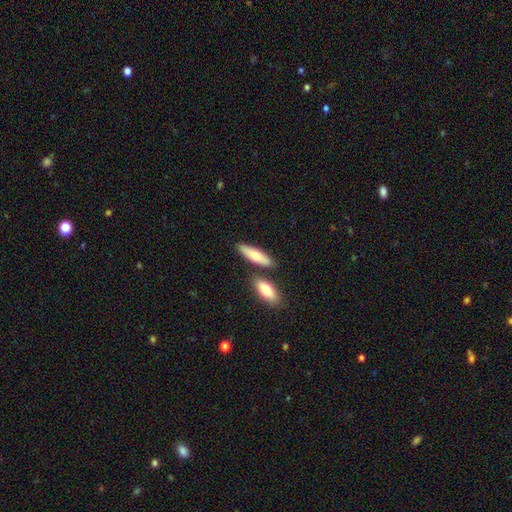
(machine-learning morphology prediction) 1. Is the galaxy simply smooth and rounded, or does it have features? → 73% smooth, 22% featured or disk, 5% star or artifact.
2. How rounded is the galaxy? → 53% cigar-shaped, 44% in between, 3% round.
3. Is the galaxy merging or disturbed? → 73% none, 14% merger, 10% minor disturbance, 2% major disturbance.